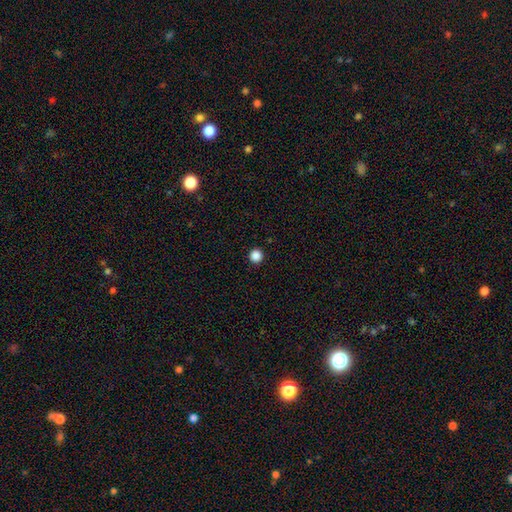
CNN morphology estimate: The model was most divided on "smooth or featured": smooth: 87%, star or artifact: 11%, featured or disk: 2%. More confident: how rounded — round (96%); merging — none (94%).